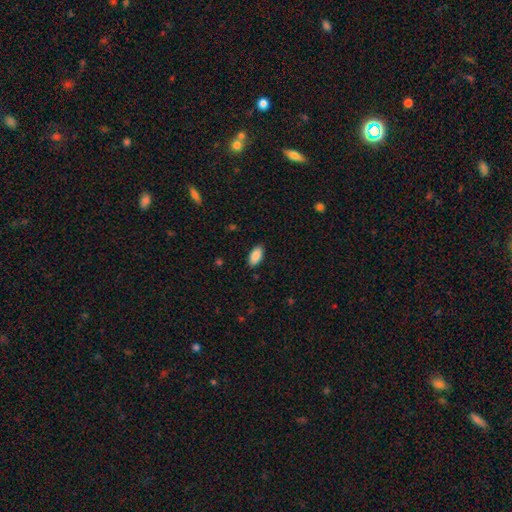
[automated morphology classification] Smooth or featured: smooth — 88% (star or artifact — 7%)
How rounded: in between — 93% (cigar-shaped — 5%)
Merging: none — 88% (minor disturbance — 9%)